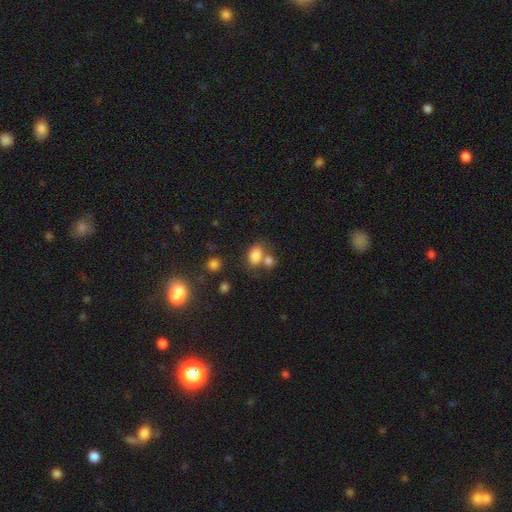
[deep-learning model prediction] Q: Smooth or featured?
A: smooth (80%); runner-up: star or artifact (12%)
Q: How rounded?
A: in between (79%); runner-up: round (19%)
Q: Merging?
A: none (48%); runner-up: merger (33%)